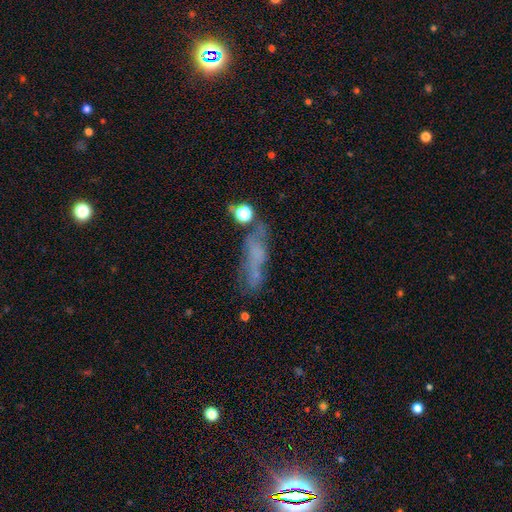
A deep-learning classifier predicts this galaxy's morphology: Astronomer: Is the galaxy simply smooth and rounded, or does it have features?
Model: smooth — 42% (runner-up: featured or disk, 40%).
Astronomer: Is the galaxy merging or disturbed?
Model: none — 44% (runner-up: major disturbance, 22%).